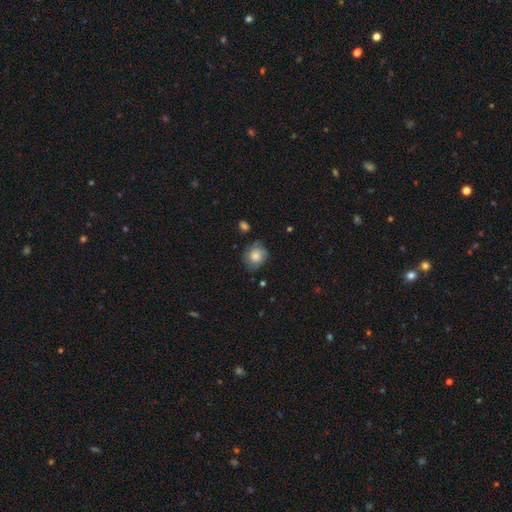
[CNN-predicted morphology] Overall: smooth (76%). How rounded: round (71%). Merging: none (69%).